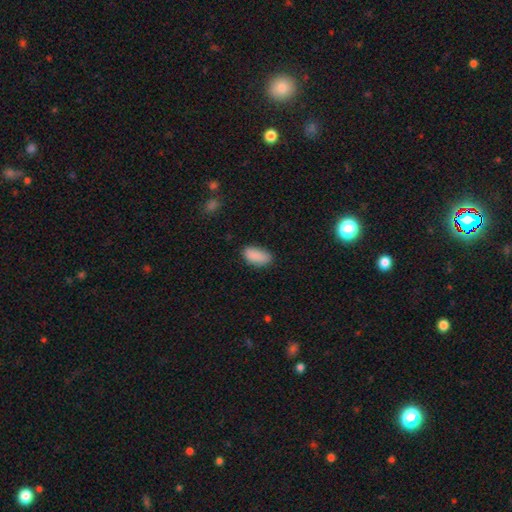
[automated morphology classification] Smooth or featured? Predicted: smooth (p=0.89). How rounded? Predicted: in between (p=0.92). Merging? Predicted: none (p=0.79).